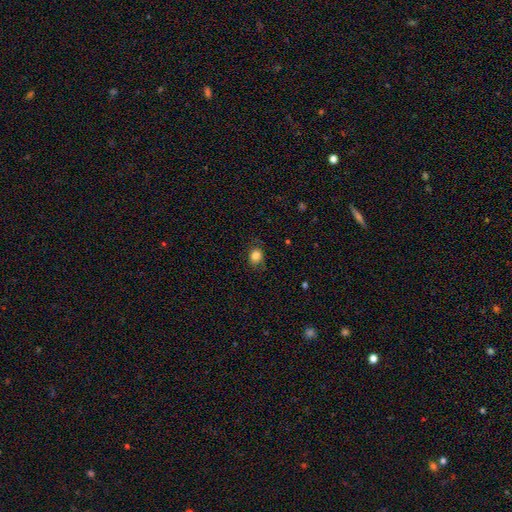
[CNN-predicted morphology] A smooth galaxy with no disk features (83%) that is round (68%). Merging: none (77%).